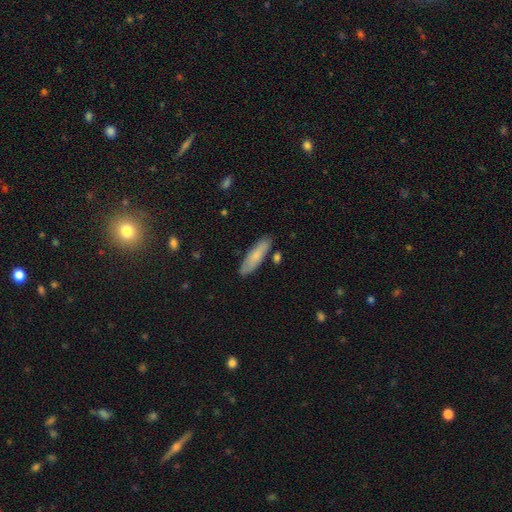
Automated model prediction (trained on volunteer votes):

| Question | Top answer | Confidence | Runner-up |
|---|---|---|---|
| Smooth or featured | smooth | 73% | featured or disk (21%) |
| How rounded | cigar-shaped | 65% | in between (34%) |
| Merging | none | 82% | minor disturbance (13%) |